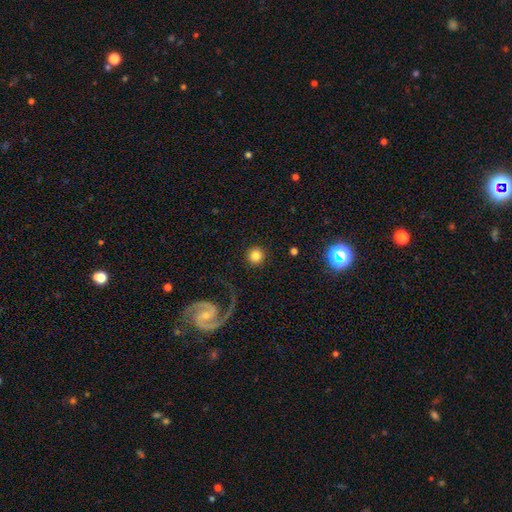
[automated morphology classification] smooth-or-featured: smooth: 80% | featured or disk: 10% | star or artifact: 10%
  how-rounded: round: 96% | in between: 3% | cigar-shaped: 1%
  merging: none: 90% | minor disturbance: 4% | major disturbance: 3% | merger: 2%